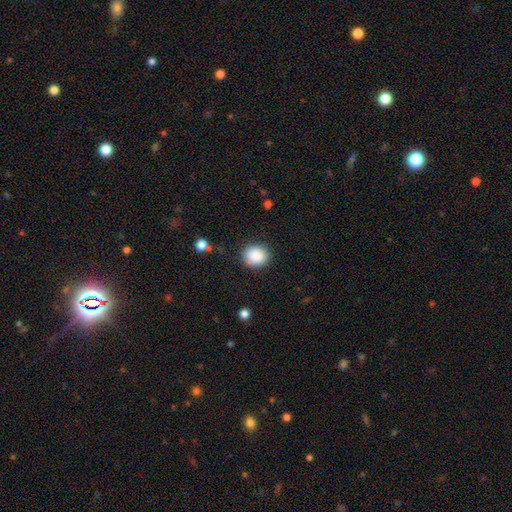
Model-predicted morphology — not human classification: Q: Smooth or featured?
A: smooth (89%); runner-up: star or artifact (8%)
Q: How rounded?
A: round (77%); runner-up: in between (22%)
Q: Merging?
A: none (87%); runner-up: minor disturbance (9%)